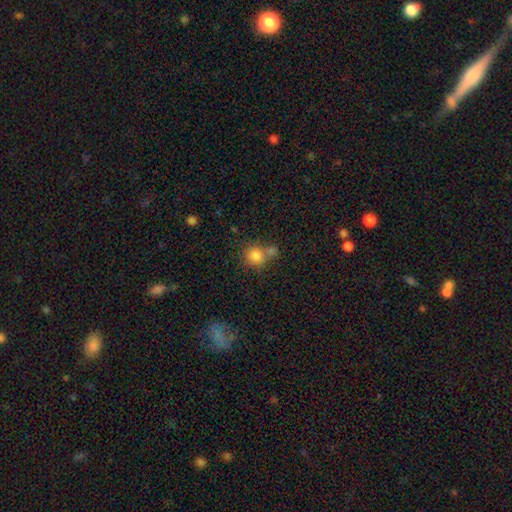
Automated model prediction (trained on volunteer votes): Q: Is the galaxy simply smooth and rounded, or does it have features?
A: smooth — 83%.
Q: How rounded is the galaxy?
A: round — 86%.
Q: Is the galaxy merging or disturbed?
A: none — 55%.